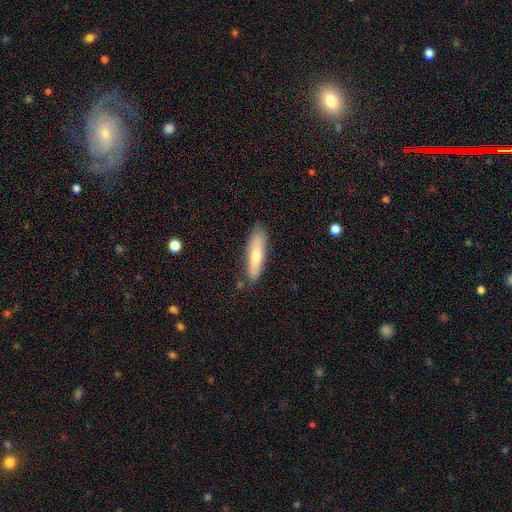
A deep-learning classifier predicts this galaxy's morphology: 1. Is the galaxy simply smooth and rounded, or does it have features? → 67% smooth, 27% featured or disk, 6% star or artifact.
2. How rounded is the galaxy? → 66% cigar-shaped, 33% in between, 2% round.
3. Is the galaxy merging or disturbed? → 80% none, 15% minor disturbance, 3% major disturbance, 2% merger.